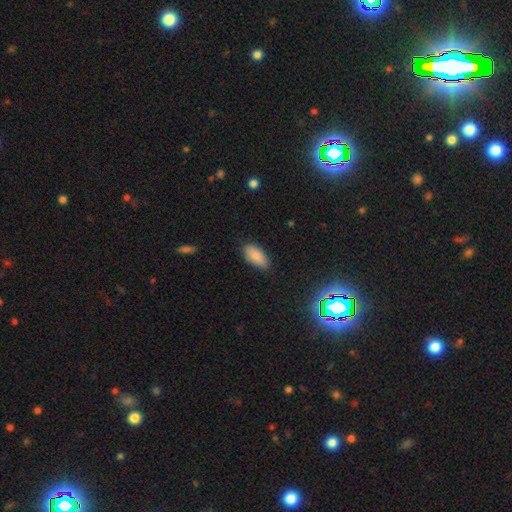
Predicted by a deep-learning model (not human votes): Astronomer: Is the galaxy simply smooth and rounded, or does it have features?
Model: smooth — 87%.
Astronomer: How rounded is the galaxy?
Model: in between — 90%.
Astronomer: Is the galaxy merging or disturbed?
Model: none — 81%.